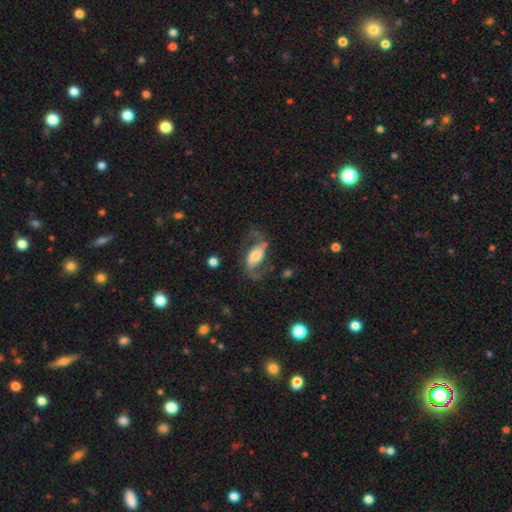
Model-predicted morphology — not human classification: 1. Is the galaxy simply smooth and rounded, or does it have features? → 79% featured or disk, 16% smooth, 6% star or artifact.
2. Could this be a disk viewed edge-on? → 95% no, 5% yes.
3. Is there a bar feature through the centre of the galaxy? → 40% no, 35% weak, 25% strong.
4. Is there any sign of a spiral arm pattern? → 93% yes, 7% no.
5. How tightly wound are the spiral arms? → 57% loose, 36% medium, 8% tight.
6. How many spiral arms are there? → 92% 2, 3% can't tell, 3% 1, 1% 3, 1% 4, 1% more than 4.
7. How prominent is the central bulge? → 52% moderate, 24% small, 19% large, 3% dominant, 3% none.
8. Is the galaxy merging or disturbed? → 66% none, 16% minor disturbance, 15% major disturbance, 2% merger.